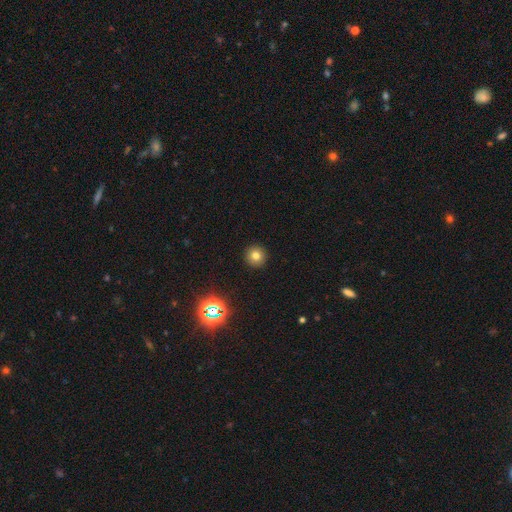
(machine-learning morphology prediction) Q: Smooth or featured?
A: smooth (75%); runner-up: star or artifact (17%)
Q: How rounded?
A: round (95%); runner-up: in between (4%)
Q: Merging?
A: none (92%); runner-up: minor disturbance (5%)